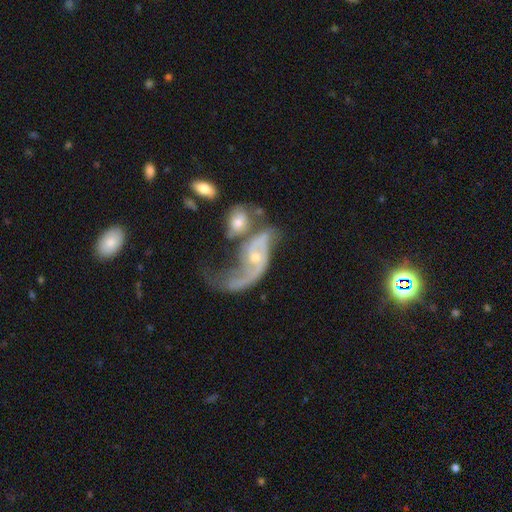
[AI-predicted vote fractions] This is clearly a featured or disk galaxy (81%). It is clearly not viewed edge-on (95%). Bar: likely no (62%). Spiral arm pattern: clearly yes (89%). Spiral arm count: likely 2 (62%). Spiral winding: likely loose (68%). Central bulge: possibly small (58%). Merging: marginally merger (38%).